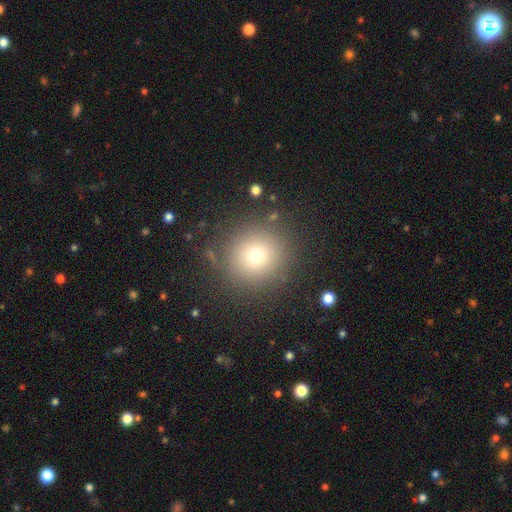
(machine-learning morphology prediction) A smooth galaxy with no disk features (72%) that is round (93%).

Vote fractions:
- Smooth or featured? smooth: 72% / star or artifact: 17% / featured or disk: 11%
- How rounded? round: 93% / in between: 6% / cigar-shaped: 1%
- Merging? none: 86% / minor disturbance: 8% / major disturbance: 4% / merger: 2%